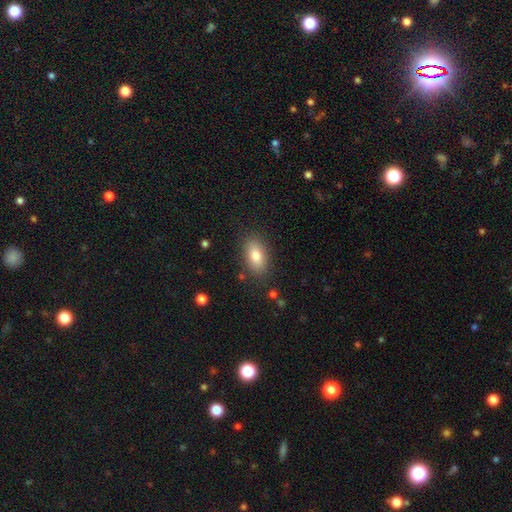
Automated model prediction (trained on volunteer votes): This is clearly a smooth galaxy (80%). How rounded: clearly in between (89%). Merging: clearly none (85%).